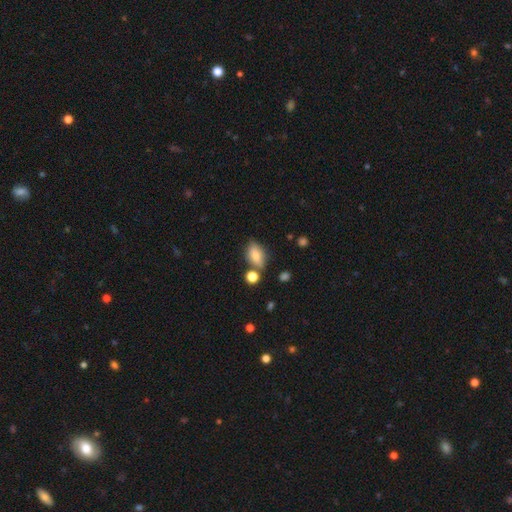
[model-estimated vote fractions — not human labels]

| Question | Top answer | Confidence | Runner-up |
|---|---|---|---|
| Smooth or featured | smooth | 76% | featured or disk (14%) |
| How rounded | in between | 84% | round (12%) |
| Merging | none | 68% | minor disturbance (17%) |